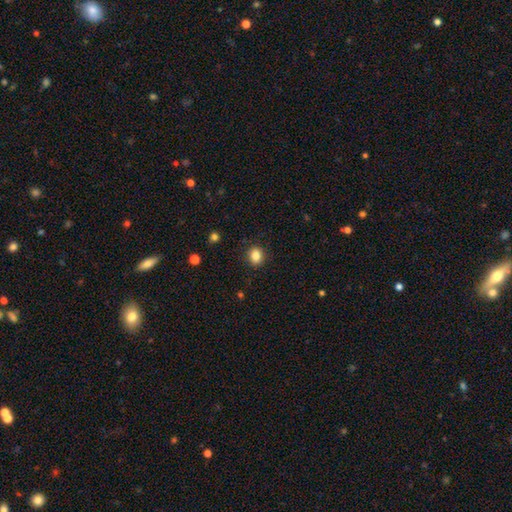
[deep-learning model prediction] smooth 85%, star or artifact 10%, featured or disk 5%. Down the decision tree: how rounded — round (68%); merging — none (89%).